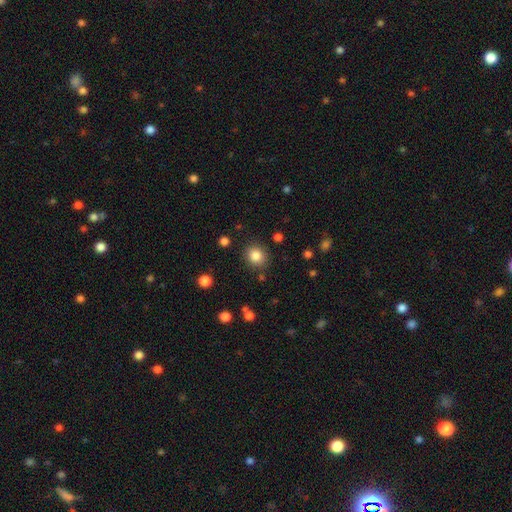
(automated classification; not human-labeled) Smooth or featured? Predicted: smooth (p=0.85). How rounded? Predicted: round (p=0.79). Merging? Predicted: none (p=0.85).